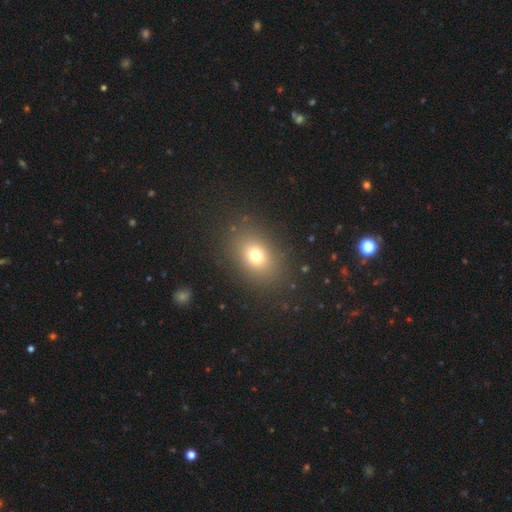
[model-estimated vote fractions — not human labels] Overall: smooth (73%). How rounded: in between (64%; round 35%). Merging: none (85%).